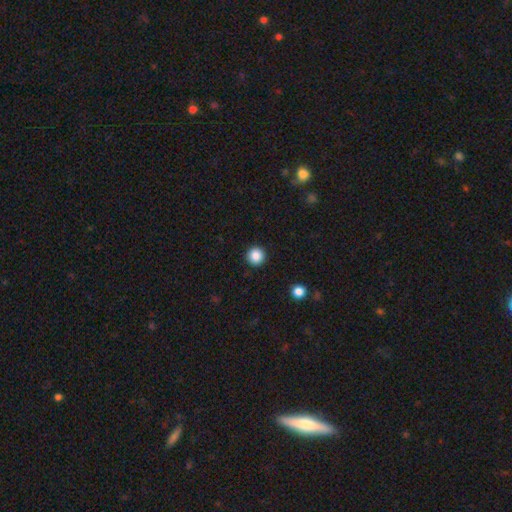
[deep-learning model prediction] smooth_or_featured: smooth (p=0.87) [alt: star or artifact p=0.10]
how_rounded: round (p=0.96) [alt: in between p=0.03]
merging: none (p=0.93) [alt: minor disturbance p=0.04]